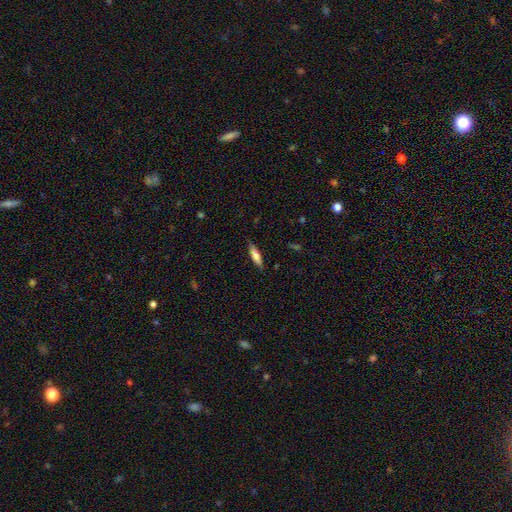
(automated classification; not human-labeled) A smooth galaxy with no disk features (69%) that is cigar-shaped (67%).

Vote fractions:
- Smooth or featured? smooth: 69% / featured or disk: 25% / star or artifact: 6%
- How rounded? cigar-shaped: 67% / in between: 31% / round: 2%
- Merging? none: 86% / minor disturbance: 11% / major disturbance: 2% / merger: 1%